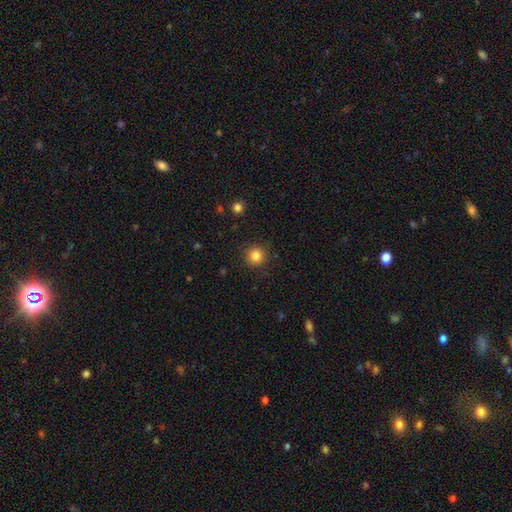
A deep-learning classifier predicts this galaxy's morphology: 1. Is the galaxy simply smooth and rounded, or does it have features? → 84% smooth, 12% star or artifact, 5% featured or disk.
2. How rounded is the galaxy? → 94% round, 5% in between, 1% cigar-shaped.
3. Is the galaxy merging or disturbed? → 90% none, 7% minor disturbance, 2% major disturbance, 1% merger.